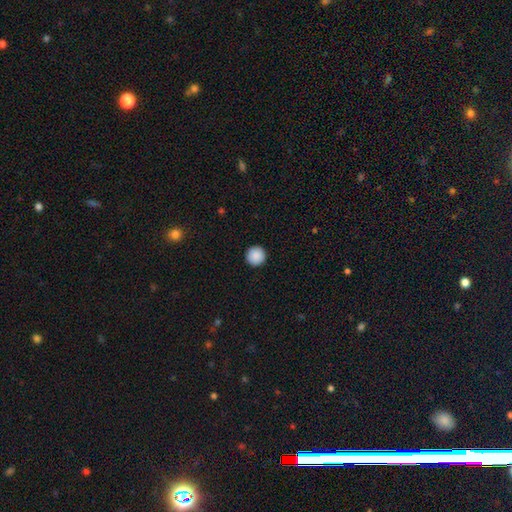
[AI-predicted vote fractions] smooth 89%, star or artifact 8%, featured or disk 3%. Down the decision tree: how rounded — round (97%); merging — none (93%).